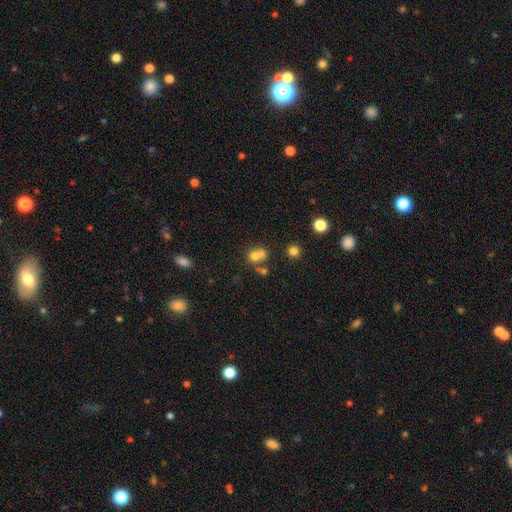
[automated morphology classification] Smooth or featured? Predicted: smooth (p=0.70). How rounded? Predicted: round (p=0.73). Merging? Predicted: merger (p=0.52).